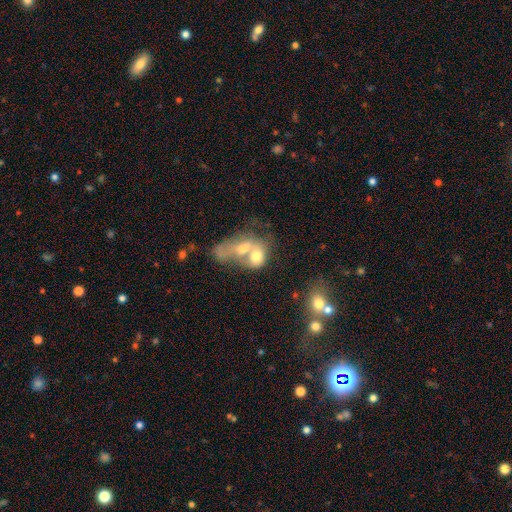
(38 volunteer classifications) Smooth or featured?
  - smooth: 61% *
  - featured or disk: 32%
  - star or artifact: 8%
How rounded?
  - in between: 70% *
  - round: 30%
  - cigar-shaped: 0%
Merging?
  - merger: 86% *
  - major disturbance: 11%
  - none: 3%
  - minor disturbance: 0%